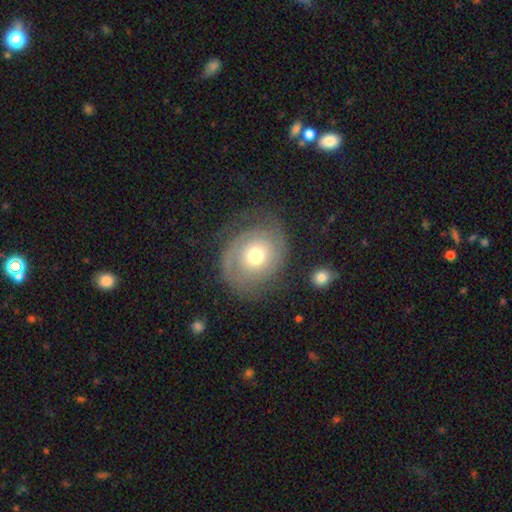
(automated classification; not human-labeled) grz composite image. It shows a featured or disk galaxy (57%) with no bar (84%), spiral arms (75%) and a moderate central bulge (67%). Merging: none (60%).